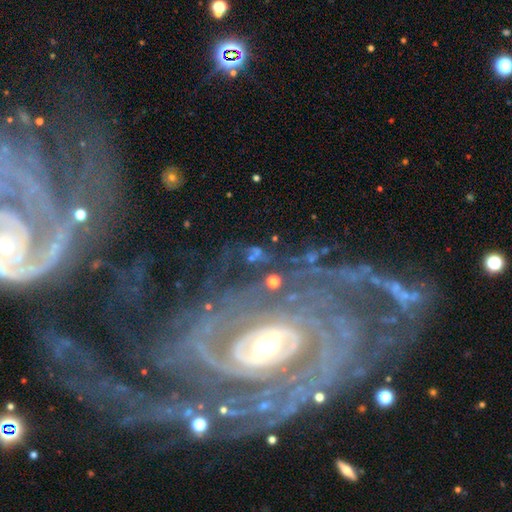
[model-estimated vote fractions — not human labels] Smooth or featured? Predicted: featured or disk (p=0.76). Edge-on disk? Predicted: no (p=0.93). Bar? Predicted: no (p=0.37). Spiral arms? Predicted: yes (p=0.90). Spiral winding? Predicted: tight (p=0.64). Spiral arm count? Predicted: can't tell (p=0.30). Bulge size? Predicted: moderate (p=0.50). Merging? Predicted: none (p=0.67).